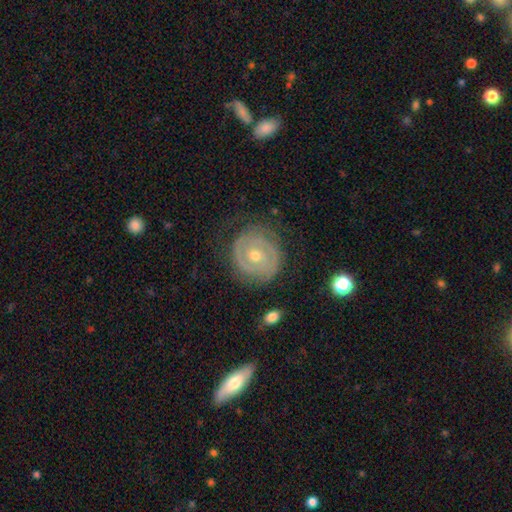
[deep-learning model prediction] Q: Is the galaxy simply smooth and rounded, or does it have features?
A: featured or disk — 80%.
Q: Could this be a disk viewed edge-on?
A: no — 97%.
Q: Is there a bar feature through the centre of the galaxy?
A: no — 70%.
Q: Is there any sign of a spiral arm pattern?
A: yes — 83%.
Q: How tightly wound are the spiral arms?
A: tight — 72%.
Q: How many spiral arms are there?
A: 2 — 55%.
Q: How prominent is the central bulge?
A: moderate — 54%.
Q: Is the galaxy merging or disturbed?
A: none — 75%.